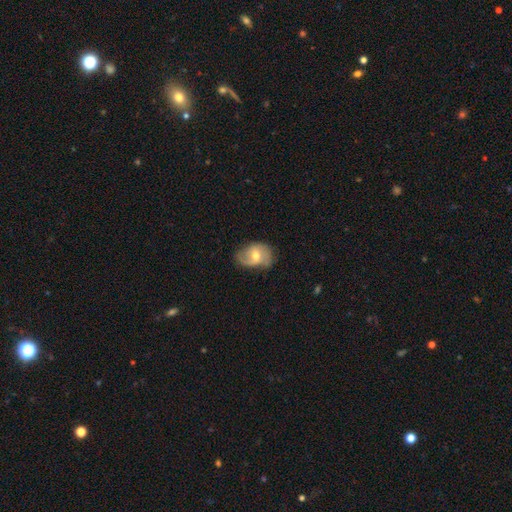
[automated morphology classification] A featured or disk galaxy (62%) with a weak bar (45%, tied with no), 2 (68%) medium (42%) spiral arms (85%) and a moderate central bulge (64%).

Vote fractions:
- Smooth or featured? featured or disk: 62% / smooth: 32% / star or artifact: 7%
- Edge-on disk? no: 96% / yes: 4%
- Bar? weak: 45% (tied) / no: 45% (tied) / strong: 11%
- Spiral arms? yes: 85% / no: 15%
- Spiral winding? medium: 42% / loose: 38% / tight: 20%
- Spiral arm count? 2: 68% / 1: 16% / can't tell: 11% / 3: 3% / 4: 1% / more than 4: 1%
- Bulge size? moderate: 64% / small: 29% / large: 4% / none: 1% / dominant: 1%
- Merging? none: 59% / minor disturbance: 28% / major disturbance: 11% / merger: 2%